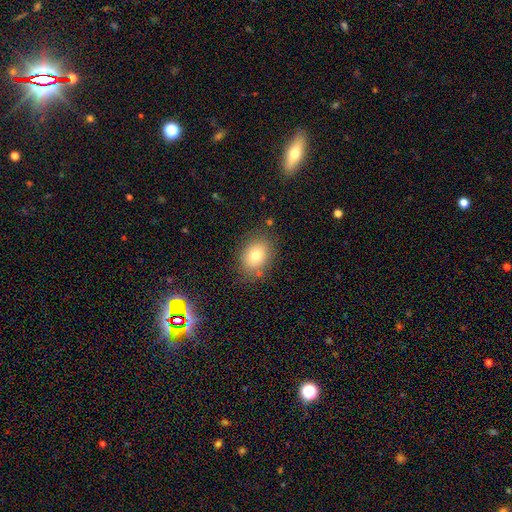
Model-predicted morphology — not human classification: smooth_or_featured: smooth (p=0.77) [alt: featured or disk p=0.12]
how_rounded: in between (p=0.62) [alt: round p=0.37]
merging: none (p=0.80) [alt: minor disturbance p=0.13]